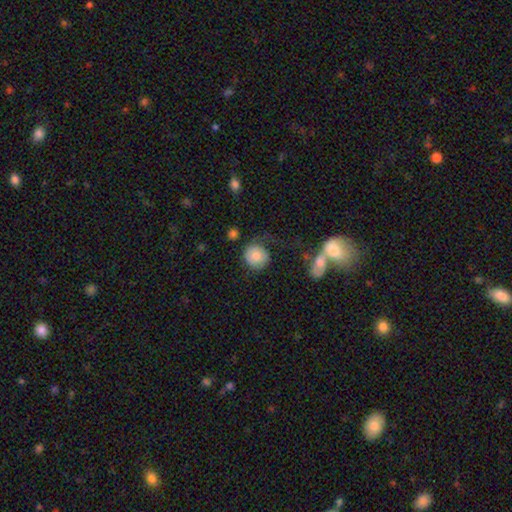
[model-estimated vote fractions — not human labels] Morphology: type=smooth (81%); roundness=round (86%); merging=none (60%).